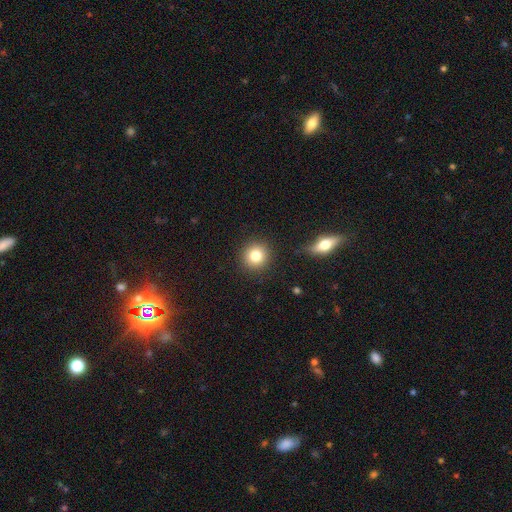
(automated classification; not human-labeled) Morphology: type=smooth (81%); roundness=round (91%); merging=none (88%).